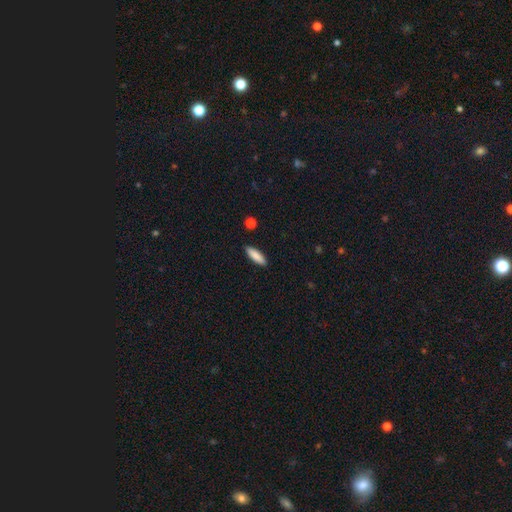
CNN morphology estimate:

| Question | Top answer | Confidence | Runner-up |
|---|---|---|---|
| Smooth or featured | smooth | 87% | featured or disk (7%) |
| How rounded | cigar-shaped | 55% | in between (43%) |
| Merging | none | 89% | minor disturbance (8%) |